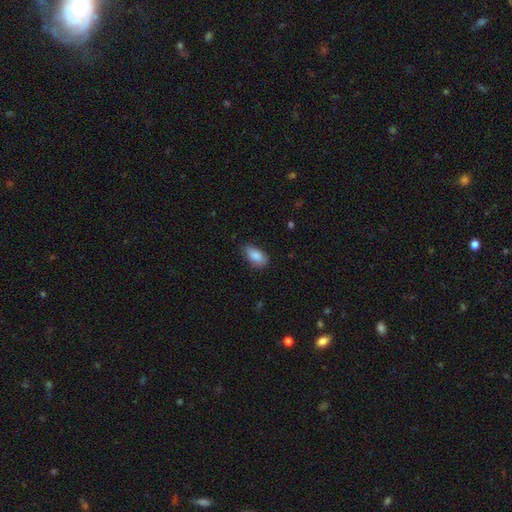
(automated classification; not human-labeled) Smooth or featured?
  - smooth: 87% *
  - star or artifact: 7%
  - featured or disk: 6%
How rounded?
  - in between: 91% *
  - cigar-shaped: 6%
  - round: 3%
Merging?
  - none: 76% *
  - minor disturbance: 19%
  - major disturbance: 3%
  - merger: 1%